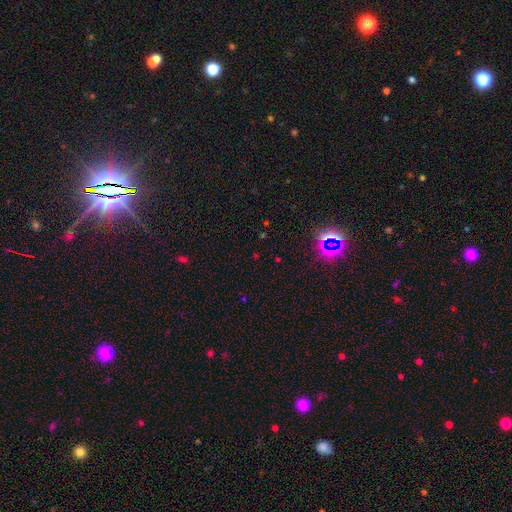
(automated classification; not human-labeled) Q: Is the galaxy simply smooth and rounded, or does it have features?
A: star or artifact — 69%.